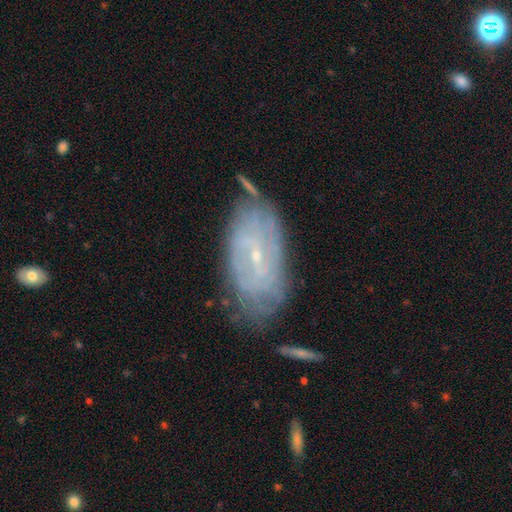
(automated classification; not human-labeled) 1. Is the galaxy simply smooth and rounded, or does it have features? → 75% featured or disk, 17% smooth, 8% star or artifact.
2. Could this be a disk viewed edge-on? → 93% no, 7% yes.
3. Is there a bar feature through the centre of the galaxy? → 47% weak, 37% no, 16% strong.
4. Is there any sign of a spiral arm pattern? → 83% yes, 17% no.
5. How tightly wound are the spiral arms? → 67% tight, 25% medium, 9% loose.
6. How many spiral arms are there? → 57% can't tell, 19% 2, 8% 4, 8% 3, 5% more than 4, 4% 1.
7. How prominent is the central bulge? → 82% small, 14% moderate, 2% none, 1% large, 1% dominant.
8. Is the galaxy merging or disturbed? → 64% none, 24% minor disturbance, 8% major disturbance, 5% merger.